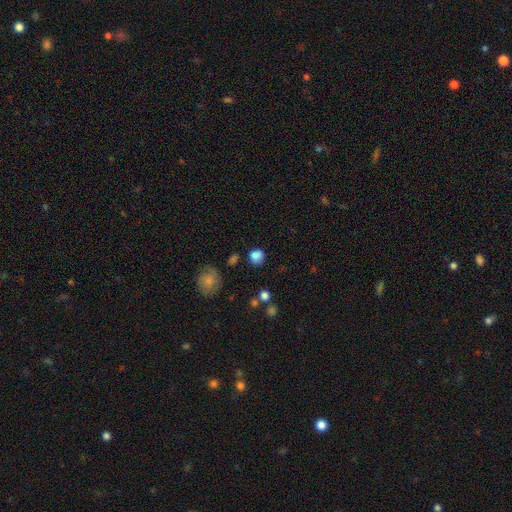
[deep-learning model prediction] This is clearly a smooth galaxy (82%). How rounded: likely round (80%). Merging: likely none (72%).